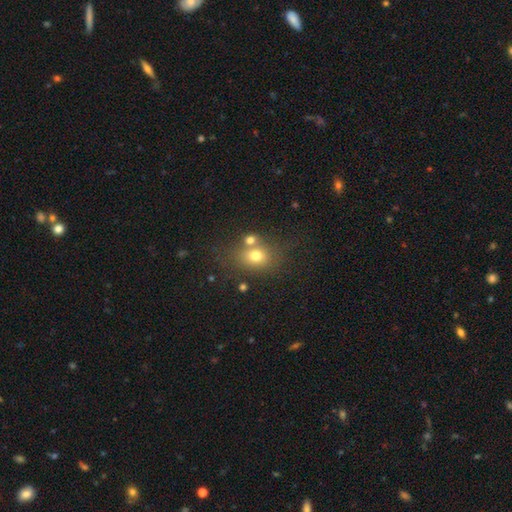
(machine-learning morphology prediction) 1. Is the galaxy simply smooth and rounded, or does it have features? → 73% smooth, 14% star or artifact, 13% featured or disk.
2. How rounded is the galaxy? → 49% in between (tied), 49% round (tied), 1% cigar-shaped.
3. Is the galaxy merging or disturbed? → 57% none, 25% merger, 13% minor disturbance, 6% major disturbance.